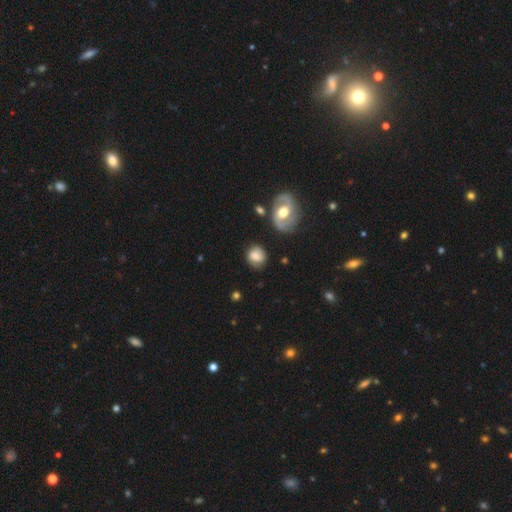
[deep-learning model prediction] Smooth or featured? smooth (69%)
How rounded? round (67%)
Merging? none (70%)